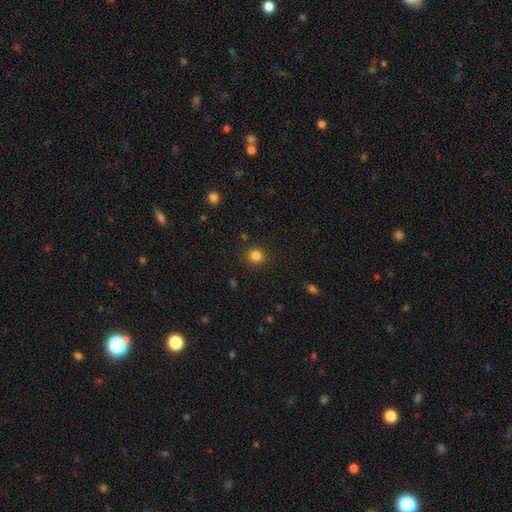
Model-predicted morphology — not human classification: Q: Smooth or featured?
A: smooth (83%); runner-up: star or artifact (13%)
Q: How rounded?
A: round (89%); runner-up: in between (10%)
Q: Merging?
A: none (89%); runner-up: minor disturbance (7%)